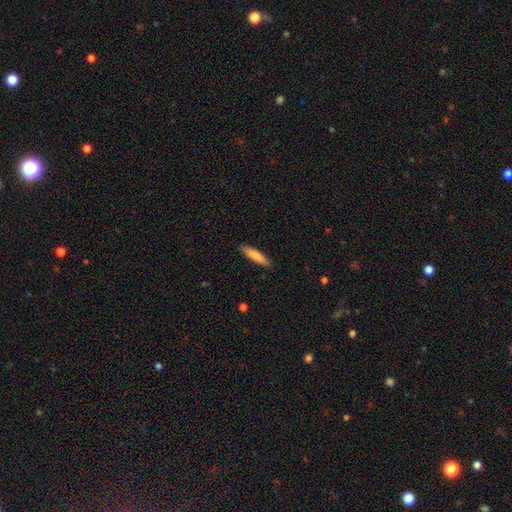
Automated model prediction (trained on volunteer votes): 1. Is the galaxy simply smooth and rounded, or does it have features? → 82% smooth, 12% featured or disk, 6% star or artifact.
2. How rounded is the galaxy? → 81% cigar-shaped, 18% in between, 1% round.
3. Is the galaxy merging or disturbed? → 89% none, 8% minor disturbance, 2% major disturbance, 1% merger.